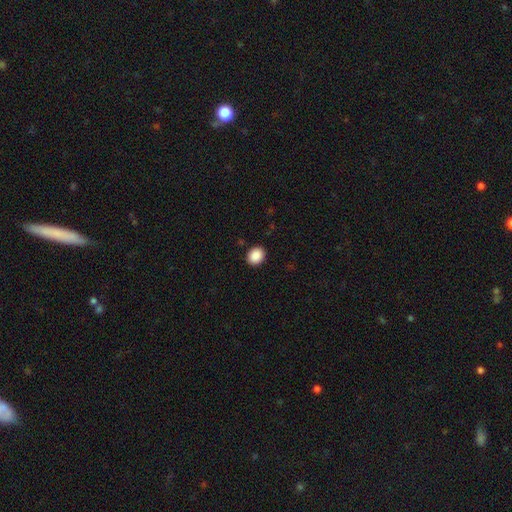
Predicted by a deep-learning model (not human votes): Q: Smooth or featured?
A: smooth (89%); runner-up: star or artifact (8%)
Q: How rounded?
A: round (59%); runner-up: in between (41%)
Q: Merging?
A: none (91%); runner-up: minor disturbance (6%)